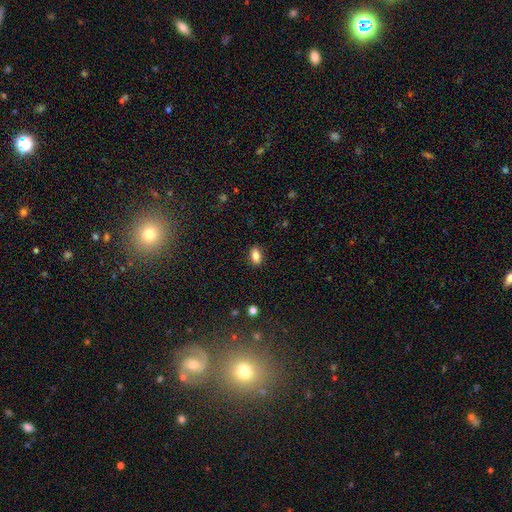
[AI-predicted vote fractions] smooth-or-featured: smooth: 84% | star or artifact: 9% | featured or disk: 7%
  how-rounded: in between: 87% | round: 10% | cigar-shaped: 4%
  merging: none: 88% | minor disturbance: 9% | major disturbance: 2% | merger: 1%